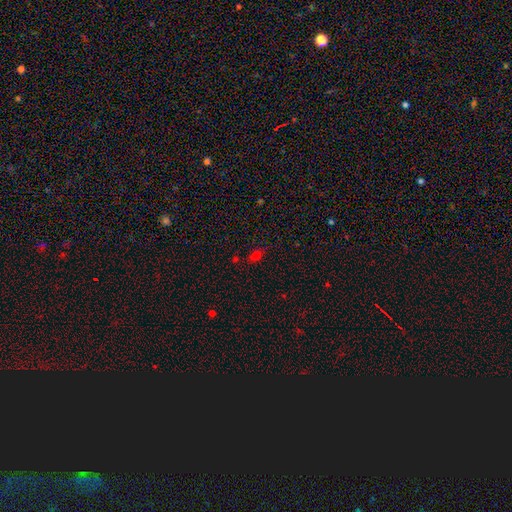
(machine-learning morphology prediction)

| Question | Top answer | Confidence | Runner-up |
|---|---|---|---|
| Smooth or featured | smooth | 67% | star or artifact (26%) |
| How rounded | in between | 66% | round (30%) |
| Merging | none | 75% | minor disturbance (16%) |